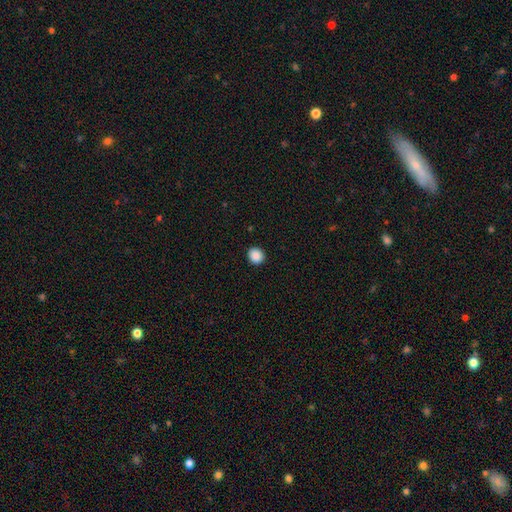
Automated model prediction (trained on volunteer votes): Smooth or featured? smooth (88%)
How rounded? round (86%)
Merging? none (92%)